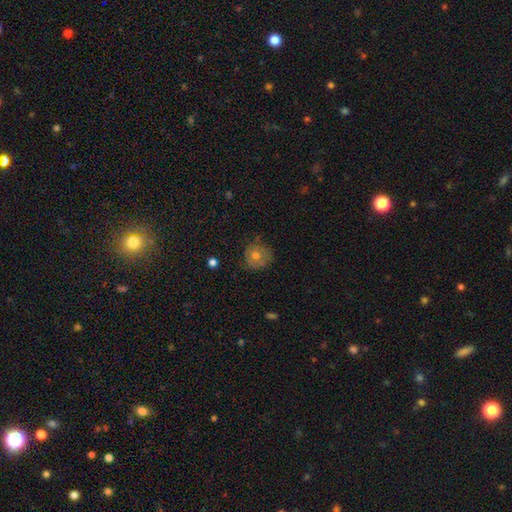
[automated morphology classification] Smooth or featured? smooth (58%)
How rounded? round (90%)
Merging? none (79%)